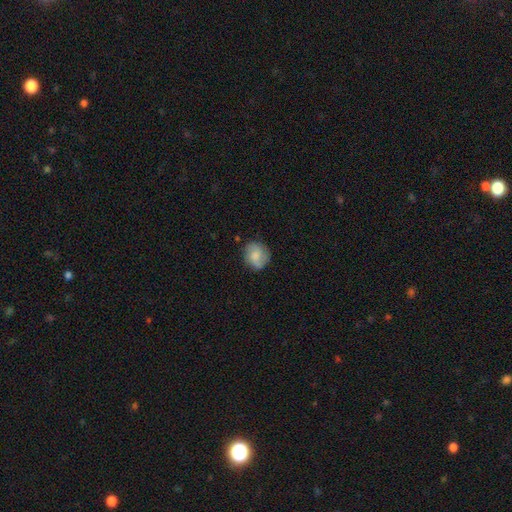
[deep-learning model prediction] This appears to be a smooth galaxy with no disk features (68%) that is round (74%). Merging: none (72%).